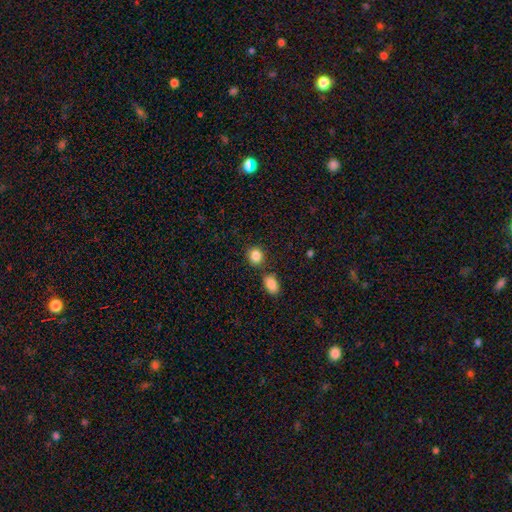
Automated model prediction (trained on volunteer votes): This appears to be a smooth galaxy with no disk features (87%) that is round (68%). Merging: none (74%).